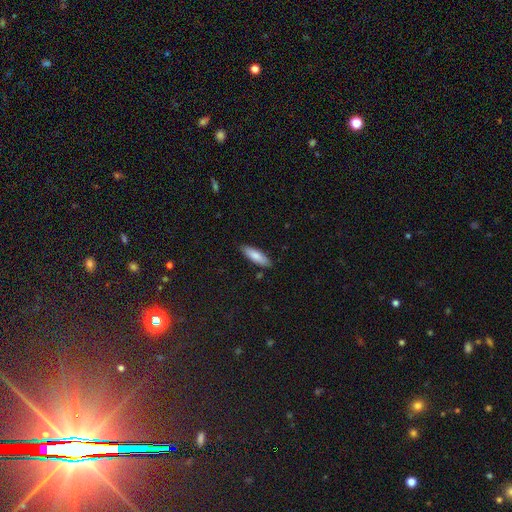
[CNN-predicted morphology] Smooth or featured: smooth — 82% (featured or disk — 13%)
How rounded: cigar-shaped — 55% (in between — 43%)
Merging: none — 87% (minor disturbance — 10%)